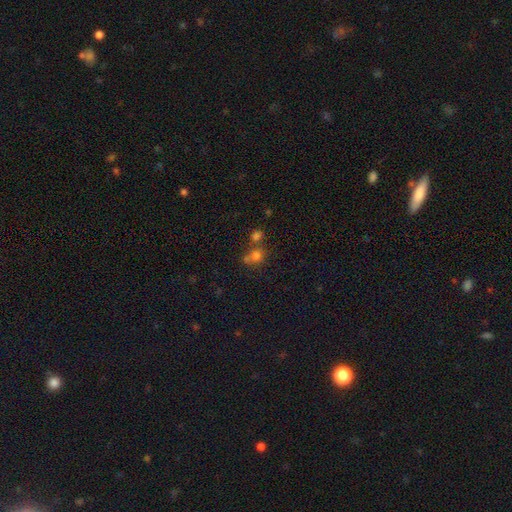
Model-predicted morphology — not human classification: This is likely a smooth galaxy (73%). How rounded: likely round (78%). Merging: possibly none (50%).